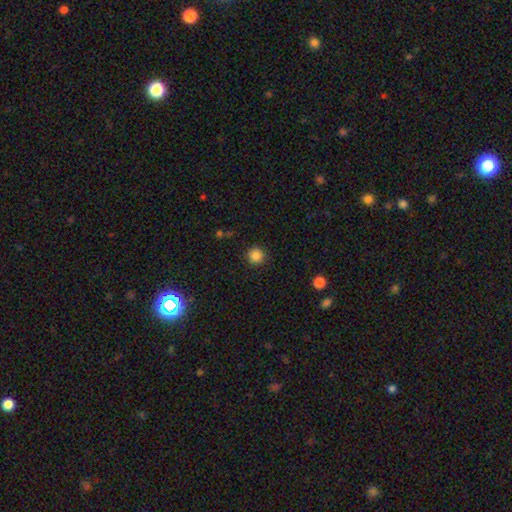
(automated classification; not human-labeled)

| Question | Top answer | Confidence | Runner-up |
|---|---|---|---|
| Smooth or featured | smooth | 84% | star or artifact (11%) |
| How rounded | round | 94% | in between (5%) |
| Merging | none | 90% | minor disturbance (6%) |